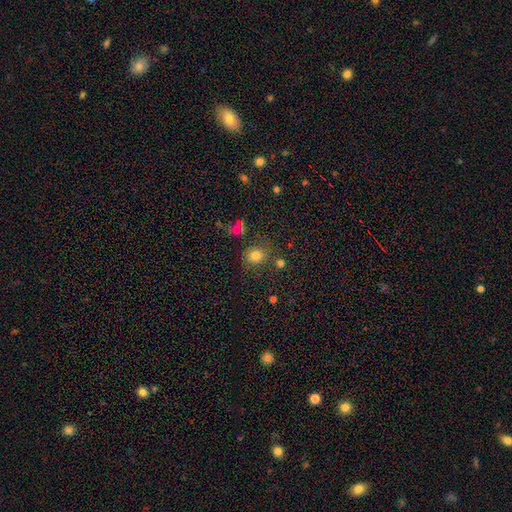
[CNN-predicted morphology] smooth_or_featured: smooth (p=0.78) [alt: star or artifact p=0.15]
how_rounded: round (p=0.79) [alt: in between p=0.20]
merging: none (p=0.76) [alt: minor disturbance p=0.12]